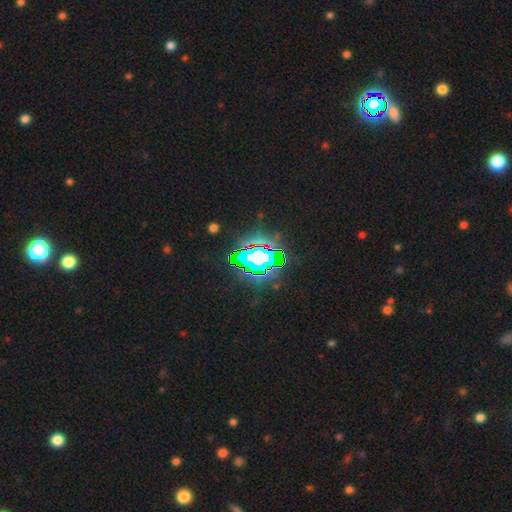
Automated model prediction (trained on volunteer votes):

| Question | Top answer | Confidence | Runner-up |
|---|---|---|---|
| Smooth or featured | star or artifact | 68% | featured or disk (16%) |